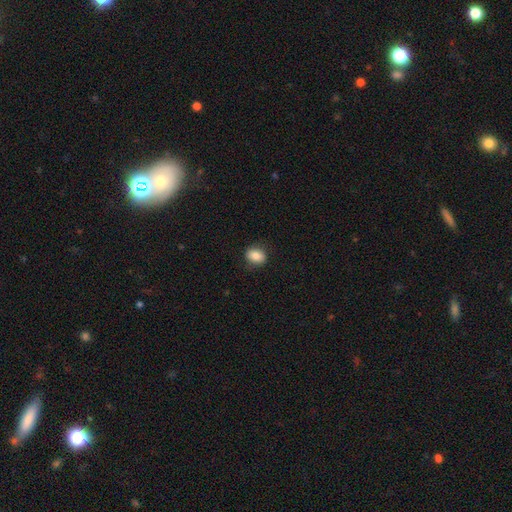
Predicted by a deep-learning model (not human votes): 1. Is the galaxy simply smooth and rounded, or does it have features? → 83% smooth, 9% featured or disk, 9% star or artifact.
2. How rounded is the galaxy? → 58% in between, 41% round, 1% cigar-shaped.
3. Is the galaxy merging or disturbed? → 84% none, 12% minor disturbance, 3% major disturbance, 1% merger.